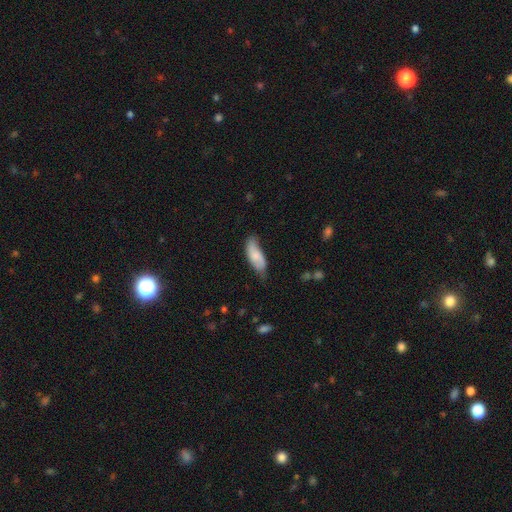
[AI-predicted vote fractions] Overall: smooth (74%). How rounded: in between (76%). Merging: none (54%; minor disturbance 36%).